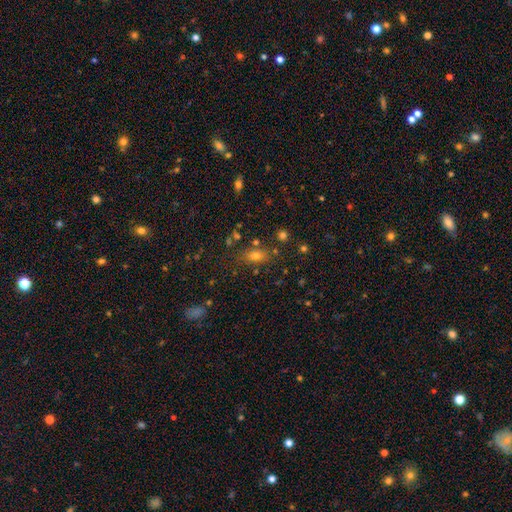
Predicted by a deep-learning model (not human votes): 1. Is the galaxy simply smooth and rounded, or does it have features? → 66% smooth, 23% star or artifact, 11% featured or disk.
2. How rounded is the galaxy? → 73% in between, 21% round, 6% cigar-shaped.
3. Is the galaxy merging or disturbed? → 75% none, 13% minor disturbance, 7% merger, 5% major disturbance.